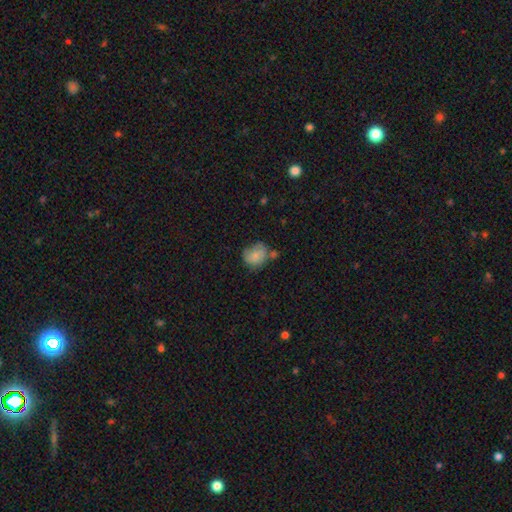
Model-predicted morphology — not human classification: Smooth or featured? Predicted: smooth (p=0.65). How rounded? Predicted: round (p=0.58). Merging? Predicted: none (p=0.43).